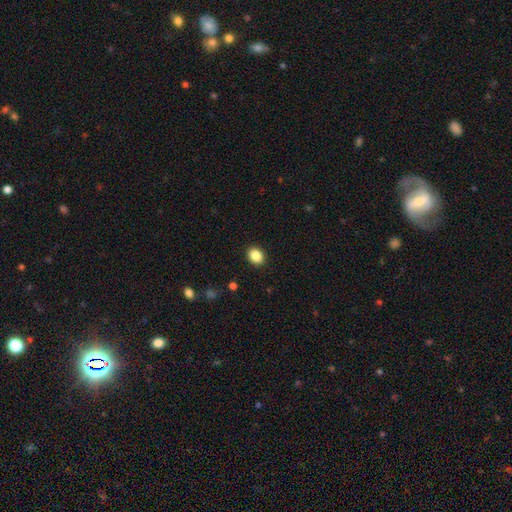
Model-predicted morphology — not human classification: Smooth or featured: smooth — 88% (star or artifact — 9%)
How rounded: in between — 59% (round — 40%)
Merging: none — 91% (minor disturbance — 6%)